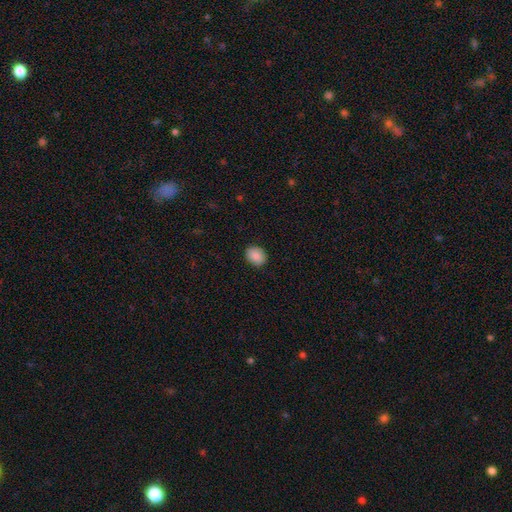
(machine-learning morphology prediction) Q: Smooth or featured?
A: smooth (86%); runner-up: star or artifact (8%)
Q: How rounded?
A: round (53%); runner-up: in between (46%)
Q: Merging?
A: none (89%); runner-up: minor disturbance (8%)